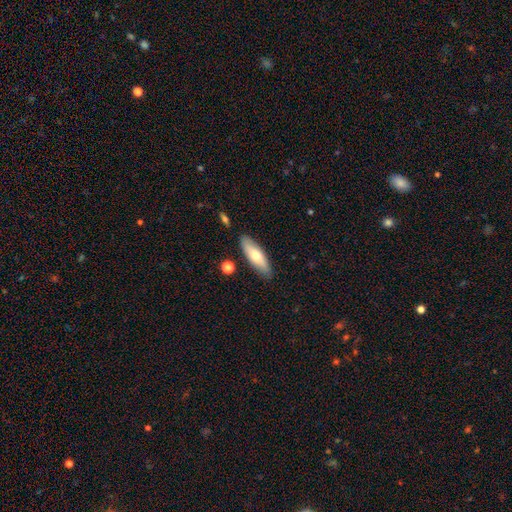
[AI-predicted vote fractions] A smooth galaxy with no disk features (65%) that is in between round and cigar-shaped (50%).

Vote fractions:
- Smooth or featured? smooth: 65% / featured or disk: 29% / star or artifact: 6%
- How rounded? in between: 50% / cigar-shaped: 48% / round: 2%
- Merging? none: 84% / minor disturbance: 11% / merger: 3% / major disturbance: 2%